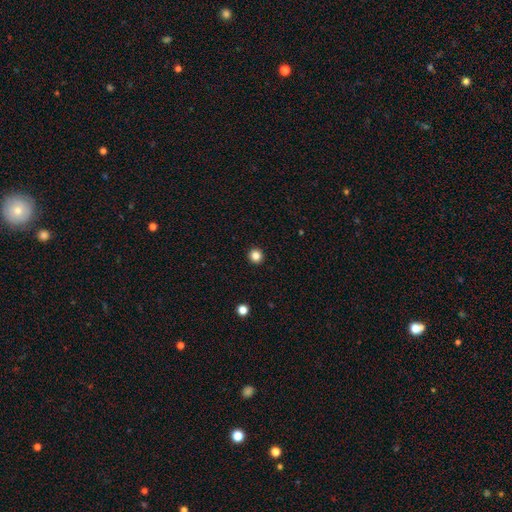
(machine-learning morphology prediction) Q: Smooth or featured?
A: smooth (84%); runner-up: star or artifact (12%)
Q: How rounded?
A: round (95%); runner-up: in between (4%)
Q: Merging?
A: none (94%); runner-up: minor disturbance (4%)